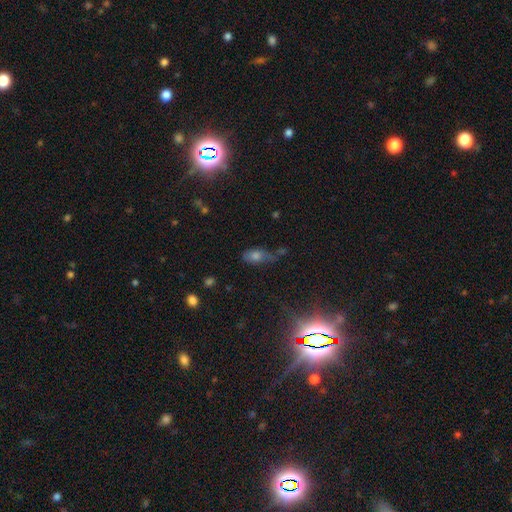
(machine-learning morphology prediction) Overall: smooth (61%; star or artifact 21%). How rounded: in between (80%). Merging: none (47%; minor disturbance 30%).